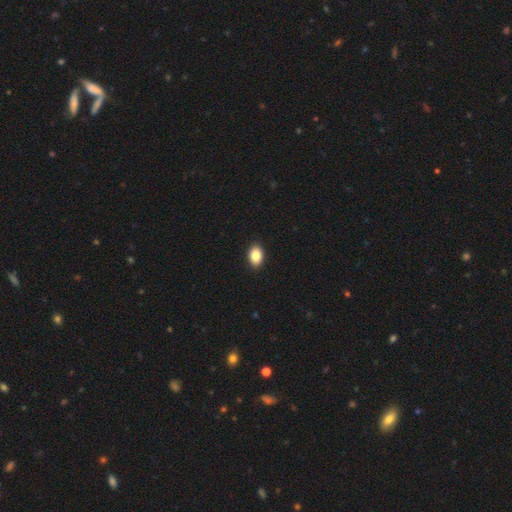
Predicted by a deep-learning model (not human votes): The model was most divided on "how rounded": in between: 85%, round: 14%, cigar-shaped: 1%. More confident: merging — none (91%); smooth or featured — smooth (86%).